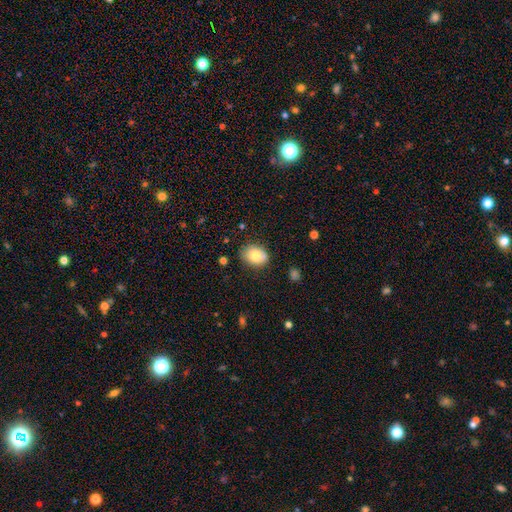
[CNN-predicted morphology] A smooth galaxy with no disk features (79%) that is in between round and cigar-shaped (66%). Merging: none (78%).